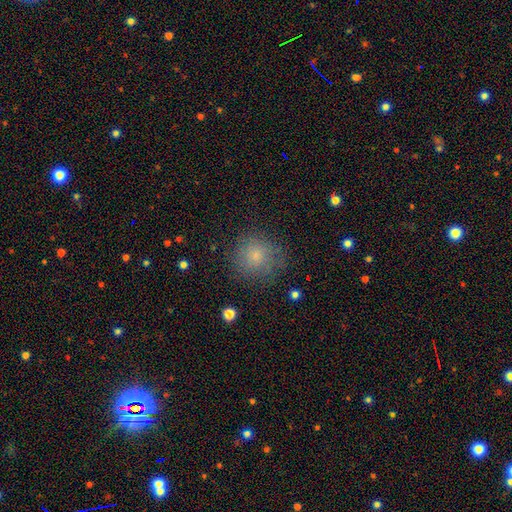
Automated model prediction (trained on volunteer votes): smooth_or_featured: smooth (p=0.76) [alt: star or artifact p=0.13]
how_rounded: round (p=0.91) [alt: in between p=0.08]
merging: none (p=0.78) [alt: minor disturbance p=0.14]